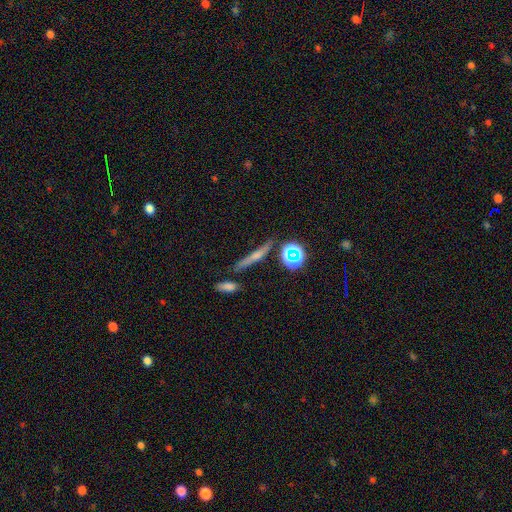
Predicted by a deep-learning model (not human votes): smooth_or_featured: smooth (p=0.46) [alt: featured or disk p=0.36]
merging: none (p=0.75) [alt: minor disturbance p=0.14]